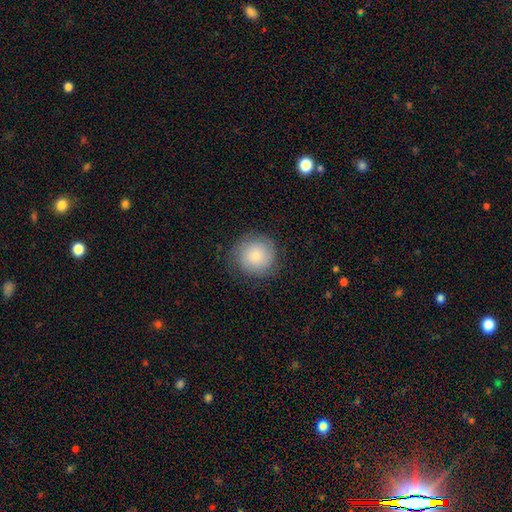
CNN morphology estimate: The model was most divided on "smooth or featured": smooth: 78%, featured or disk: 15%, star or artifact: 8%. More confident: how rounded — round (93%); merging — none (79%).